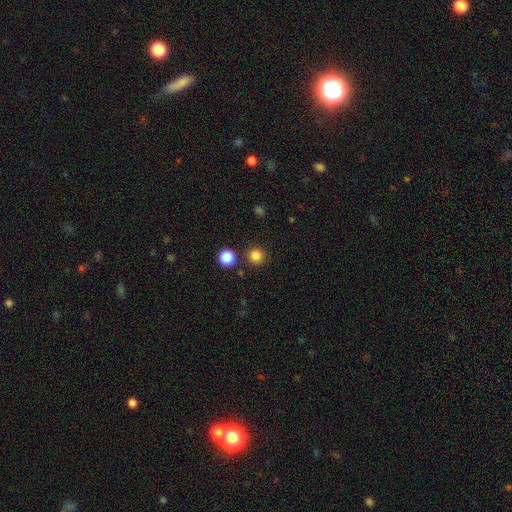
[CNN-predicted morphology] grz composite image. It shows a smooth galaxy with no disk features (83%) that is round (94%). Merging: none (87%).